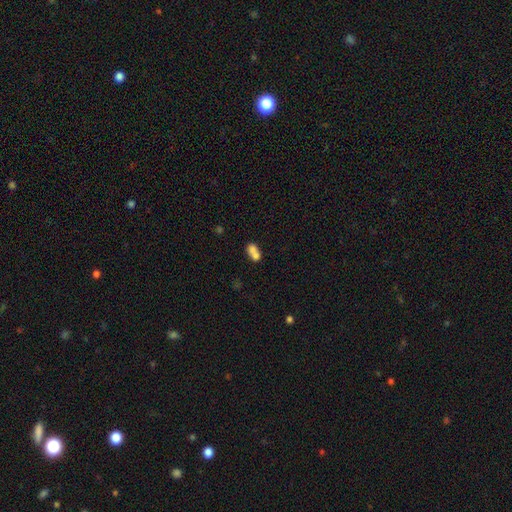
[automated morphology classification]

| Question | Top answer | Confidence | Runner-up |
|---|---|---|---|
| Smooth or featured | smooth | 72% | featured or disk (18%) |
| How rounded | in between | 65% | round (32%) |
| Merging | merger | 68% | none (21%) |